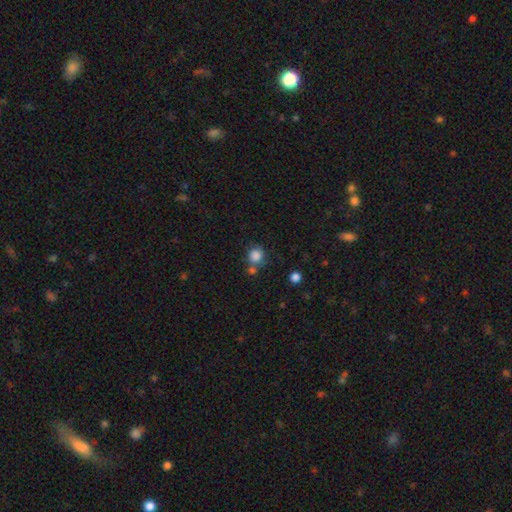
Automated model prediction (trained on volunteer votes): Morphology: type=smooth (85%); roundness=round (86%); merging=none (63%).